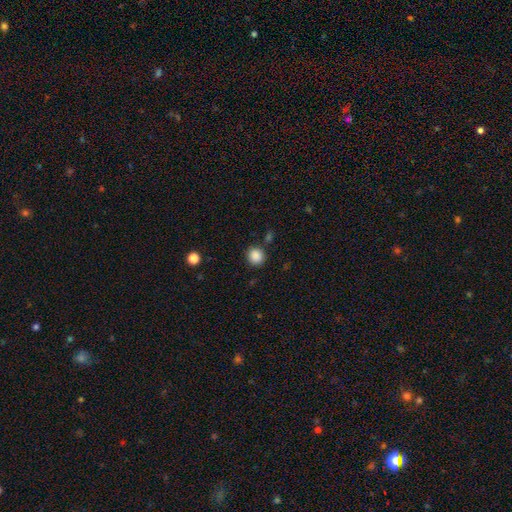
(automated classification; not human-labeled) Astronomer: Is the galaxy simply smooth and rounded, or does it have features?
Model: smooth — 87%.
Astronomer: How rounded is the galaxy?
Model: round — 88%.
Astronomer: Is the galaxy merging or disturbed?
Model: none — 86%.